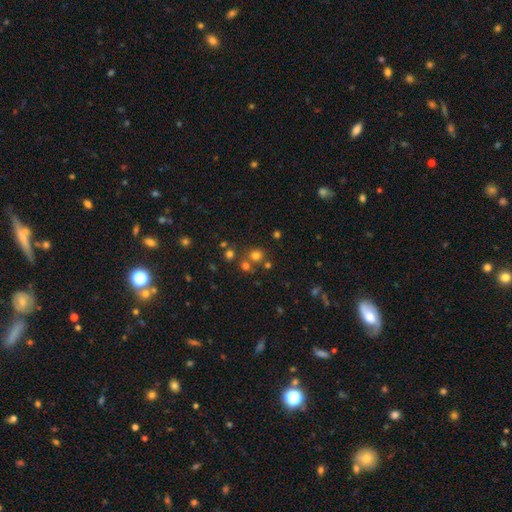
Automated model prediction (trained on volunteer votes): A smooth galaxy with no disk features (68%) that is round (87%). Merging: none (68%).